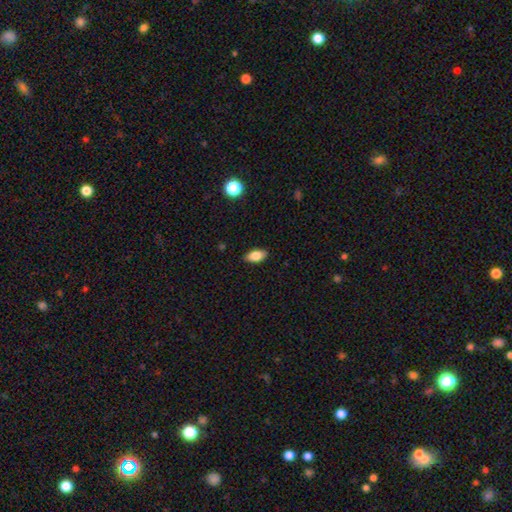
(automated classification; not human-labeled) Overall: smooth (81%). How rounded: in between (91%). Merging: none (88%).